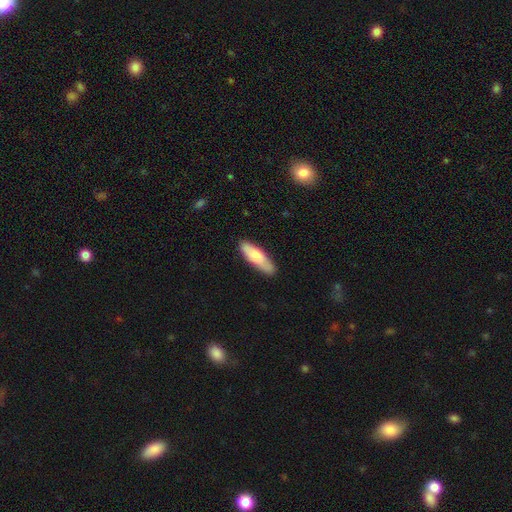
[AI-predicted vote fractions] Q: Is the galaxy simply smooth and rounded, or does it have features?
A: smooth — 77%.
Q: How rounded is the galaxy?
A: cigar-shaped — 57%.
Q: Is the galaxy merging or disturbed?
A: none — 84%.